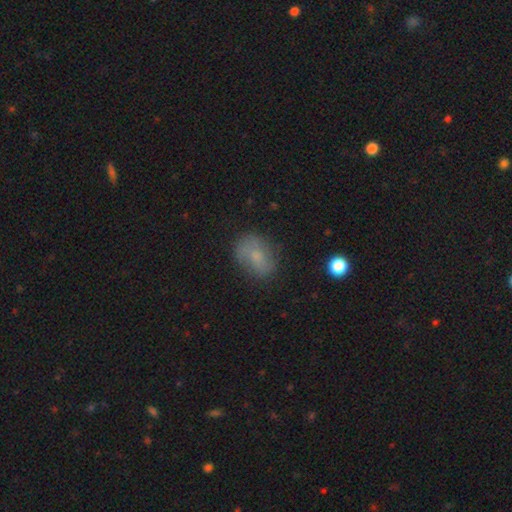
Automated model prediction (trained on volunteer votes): Overall: smooth (63%; featured or disk 26%). How rounded: in between (69%; round 30%). Merging: none (66%).